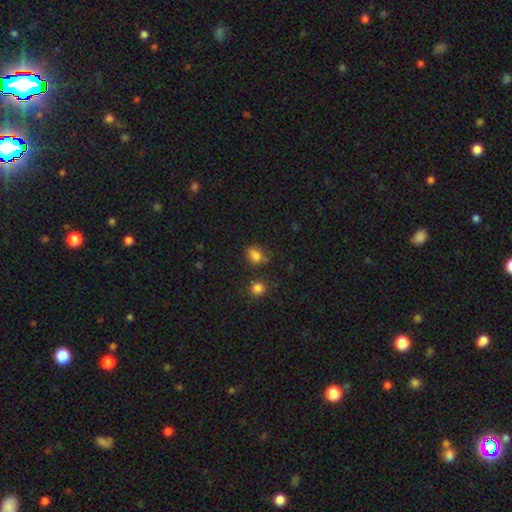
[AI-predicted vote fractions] A smooth galaxy with no disk features (76%) that is in between round and cigar-shaped (58%).

Vote fractions:
- Smooth or featured? smooth: 76% / star or artifact: 15% / featured or disk: 9%
- How rounded? in between: 58% / round: 40% / cigar-shaped: 2%
- Merging? none: 59% / minor disturbance: 22% / merger: 11% / major disturbance: 8%